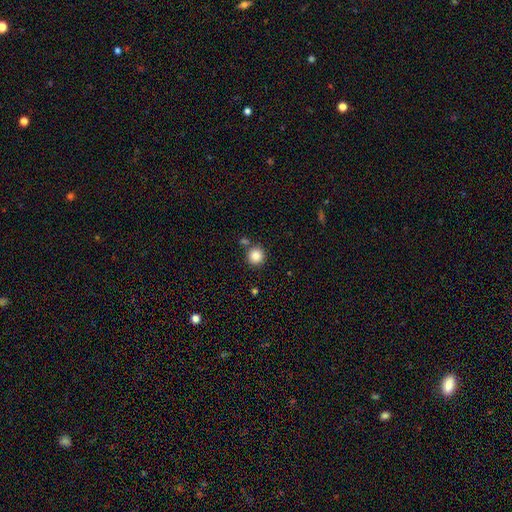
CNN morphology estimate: Smooth or featured: smooth — 86% (star or artifact — 10%)
How rounded: round — 94% (in between — 5%)
Merging: none — 80% (merger — 10%)